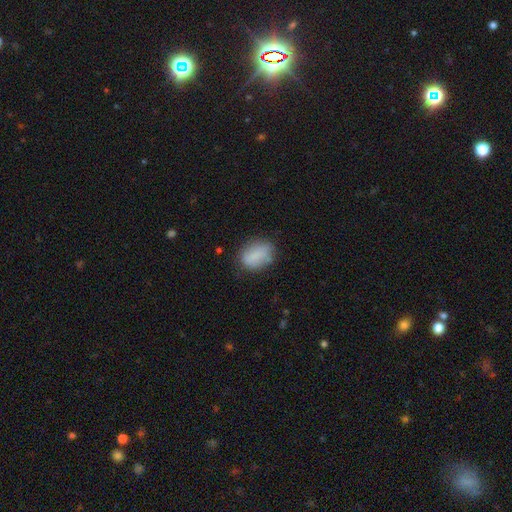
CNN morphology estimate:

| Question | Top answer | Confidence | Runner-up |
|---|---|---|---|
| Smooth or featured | smooth | 79% | featured or disk (13%) |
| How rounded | in between | 75% | round (23%) |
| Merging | none | 70% | minor disturbance (21%) |